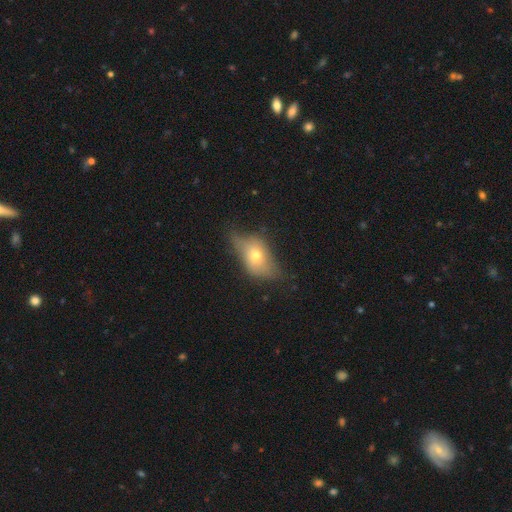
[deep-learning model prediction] Smooth or featured? Predicted: smooth (p=0.53). How rounded? Predicted: in between (p=0.78). Merging? Predicted: none (p=0.43).